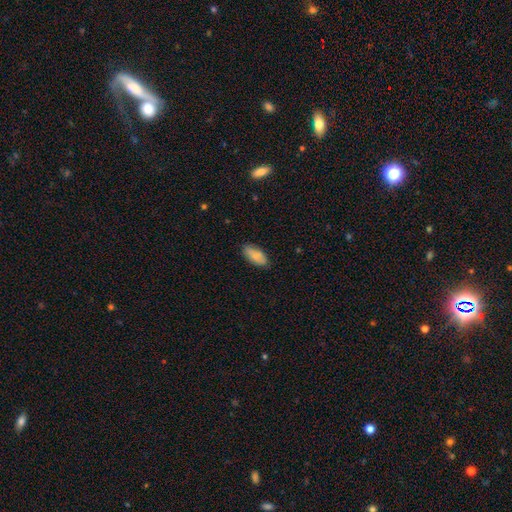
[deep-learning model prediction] Smooth or featured: smooth — 85% (featured or disk — 8%)
How rounded: in between — 89% (cigar-shaped — 9%)
Merging: none — 82% (minor disturbance — 14%)